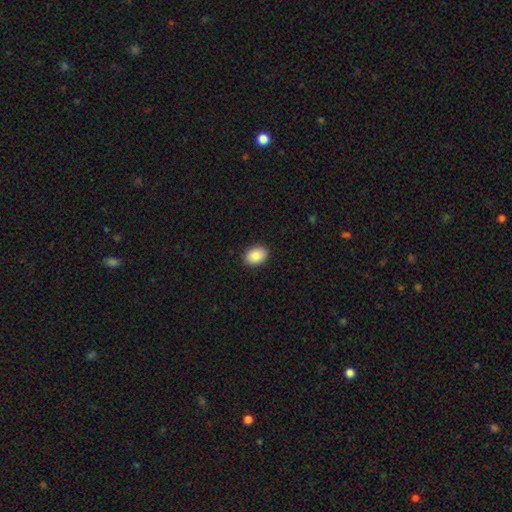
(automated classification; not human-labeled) The model was most divided on "how rounded": in between: 75%, round: 24%, cigar-shaped: 1%. More confident: merging — none (91%); smooth or featured — smooth (88%).